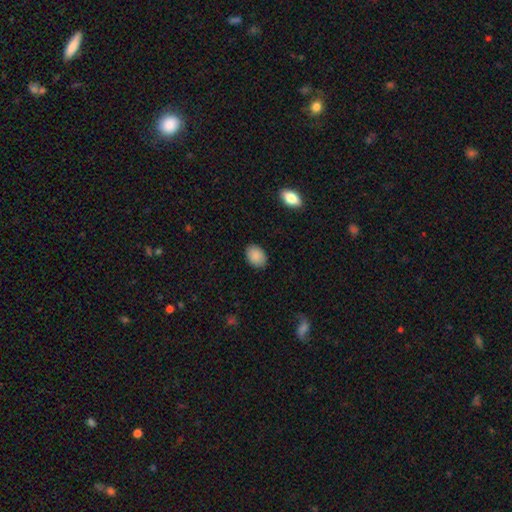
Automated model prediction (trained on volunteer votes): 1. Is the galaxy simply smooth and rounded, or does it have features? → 89% smooth, 7% star or artifact, 3% featured or disk.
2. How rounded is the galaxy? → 76% in between, 23% round, 1% cigar-shaped.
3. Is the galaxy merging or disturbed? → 88% none, 9% minor disturbance, 2% major disturbance, 1% merger.